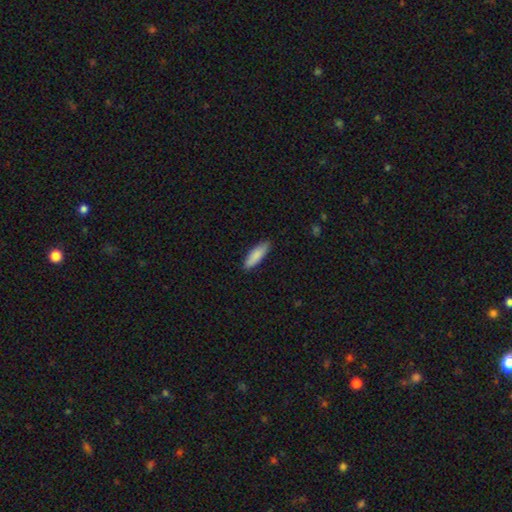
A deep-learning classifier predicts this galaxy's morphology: smooth-or-featured: smooth: 88% | featured or disk: 7% | star or artifact: 5%
  how-rounded: cigar-shaped: 55% | in between: 44% | round: 2%
  merging: none: 87% | minor disturbance: 10% | major disturbance: 2% | merger: 1%